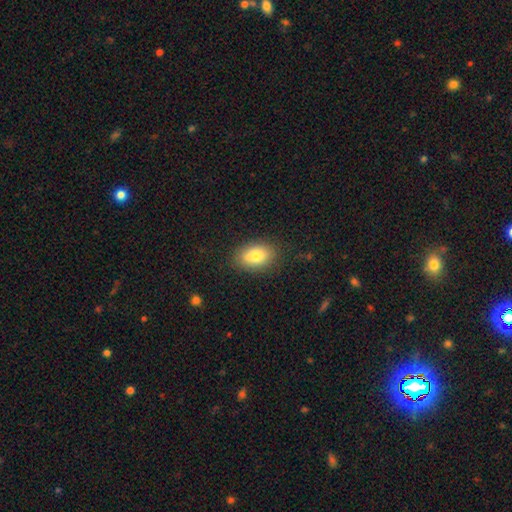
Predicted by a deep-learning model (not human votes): A smooth galaxy with no disk features (79%) that is in between round and cigar-shaped (80%). Merging: none (75%).